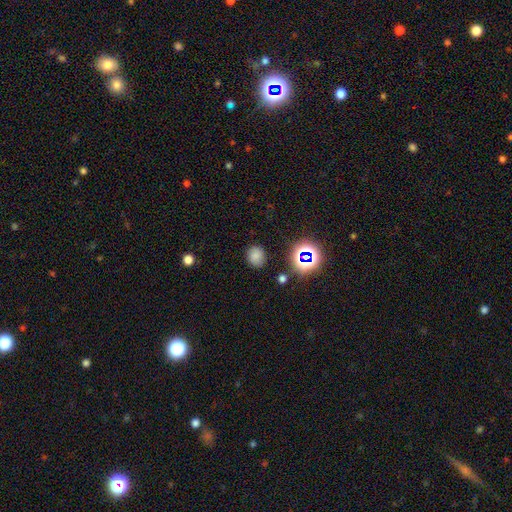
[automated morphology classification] This appears to be a smooth galaxy with no disk features (73%) that is round (70%). Merging: none (83%).